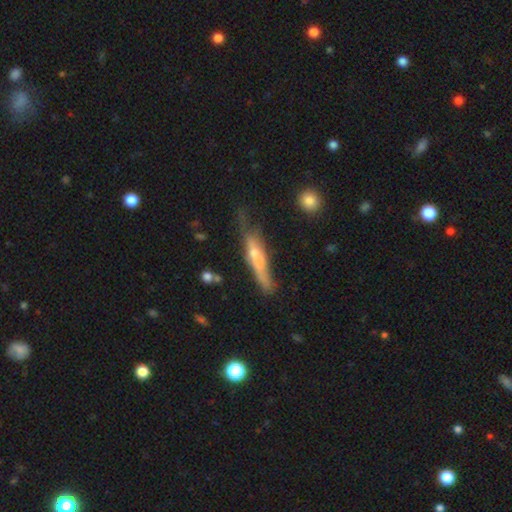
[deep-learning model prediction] This is possibly a featured or disk galaxy (53%). It is clearly viewed edge-on (81%). Merging: possibly none (50%).